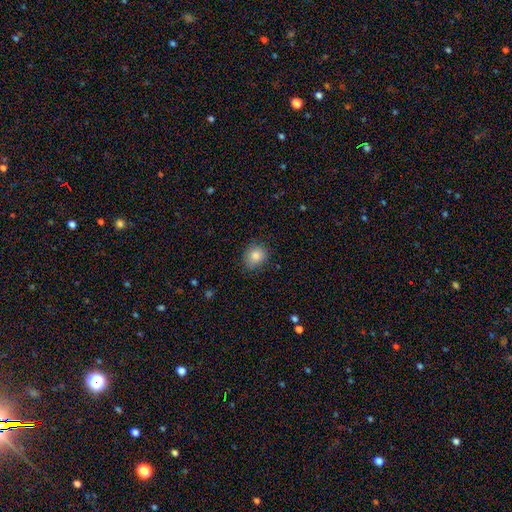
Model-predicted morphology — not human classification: smooth_or_featured: smooth (p=0.83) [alt: star or artifact p=0.10]
how_rounded: round (p=0.68) [alt: in between p=0.31]
merging: none (p=0.80) [alt: minor disturbance p=0.16]